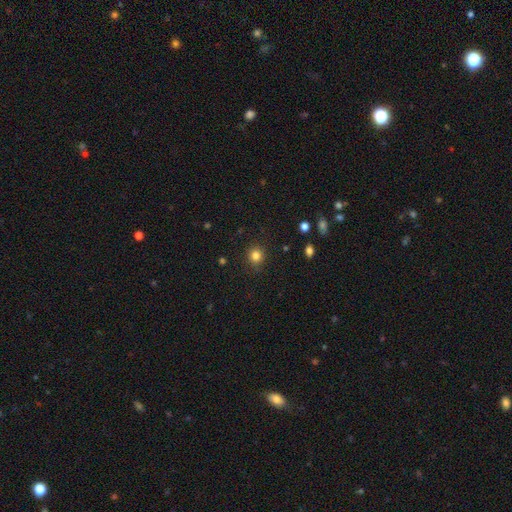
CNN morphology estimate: Overall: smooth (82%). How rounded: round (89%). Merging: none (89%).